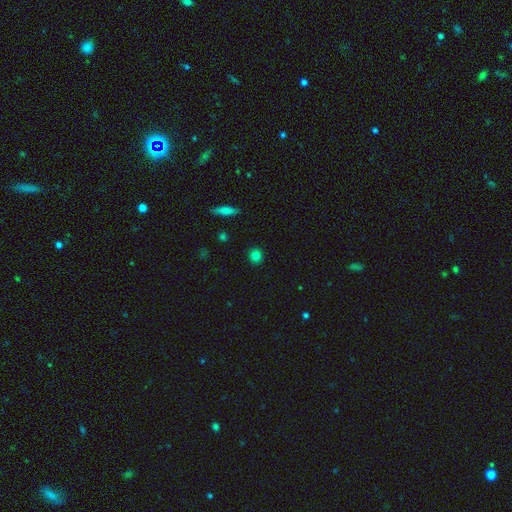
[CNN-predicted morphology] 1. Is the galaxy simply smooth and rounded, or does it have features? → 82% smooth, 11% star or artifact, 7% featured or disk.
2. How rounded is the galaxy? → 84% round, 14% in between, 2% cigar-shaped.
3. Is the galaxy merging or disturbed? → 90% none, 7% minor disturbance, 2% major disturbance, 1% merger.